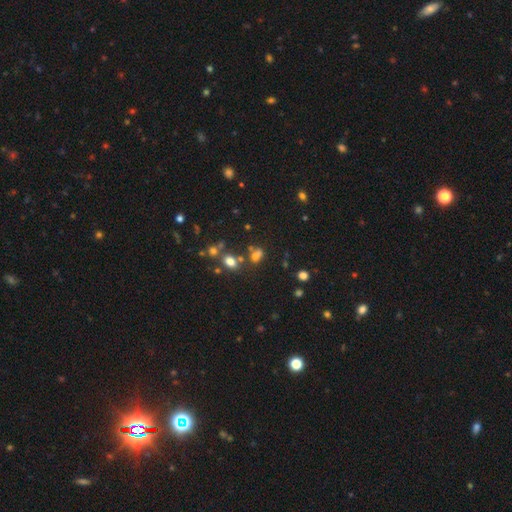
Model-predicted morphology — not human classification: smooth-or-featured: smooth: 64% | star or artifact: 24% | featured or disk: 12%
  how-rounded: in between: 57% | round: 41% | cigar-shaped: 2%
  merging: none: 50% | merger: 30% | minor disturbance: 13% | major disturbance: 7%